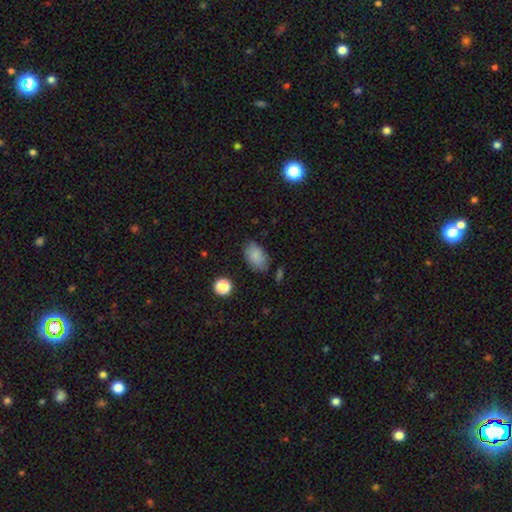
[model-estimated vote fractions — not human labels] This appears to be a smooth galaxy with no disk features (85%) that is in between round and cigar-shaped (89%). Merging: none (79%).